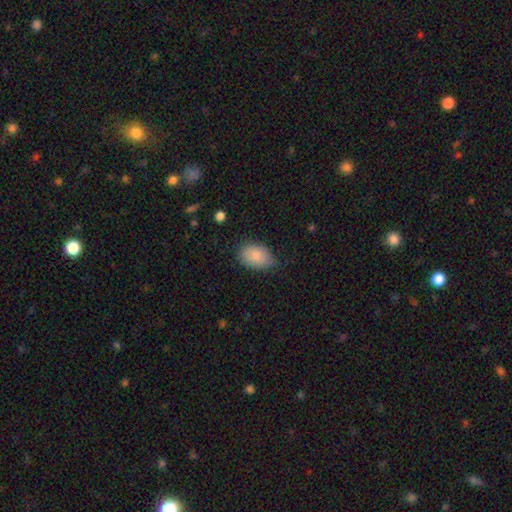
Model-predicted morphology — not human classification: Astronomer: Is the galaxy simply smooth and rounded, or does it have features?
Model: smooth — 84%.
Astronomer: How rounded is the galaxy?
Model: in between — 84%.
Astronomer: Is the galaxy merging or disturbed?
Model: none — 68%.